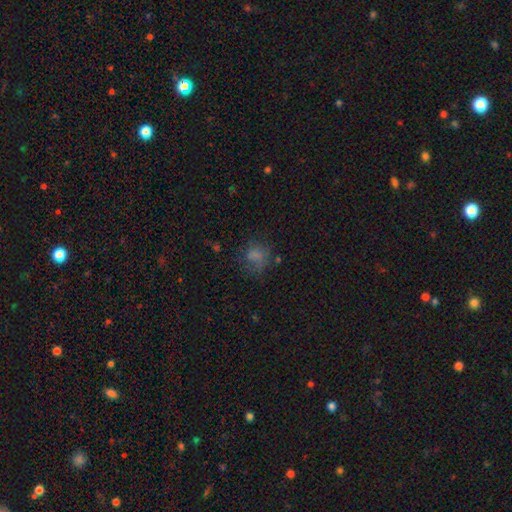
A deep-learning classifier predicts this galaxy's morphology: A smooth galaxy with no disk features (69%) that is round (66%). Merging: none (48%).